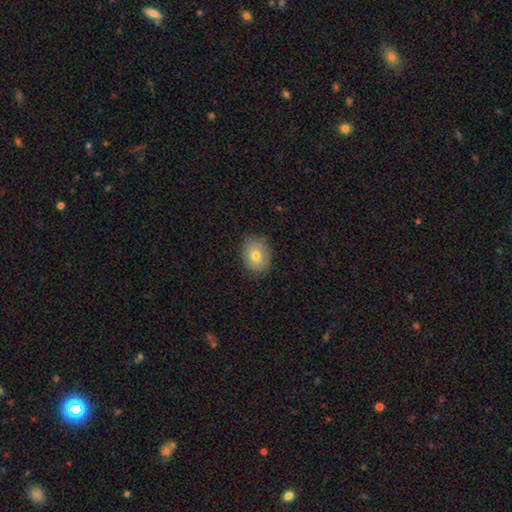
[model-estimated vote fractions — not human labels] Q: Smooth or featured?
A: smooth (75%); runner-up: featured or disk (16%)
Q: How rounded?
A: in between (53%); runner-up: round (46%)
Q: Merging?
A: none (79%); runner-up: minor disturbance (16%)